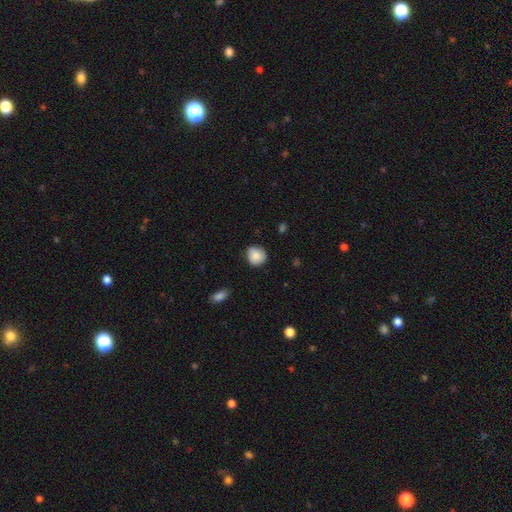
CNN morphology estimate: This appears to be a smooth galaxy with no disk features (86%) that is round (83%). Merging: none (78%).